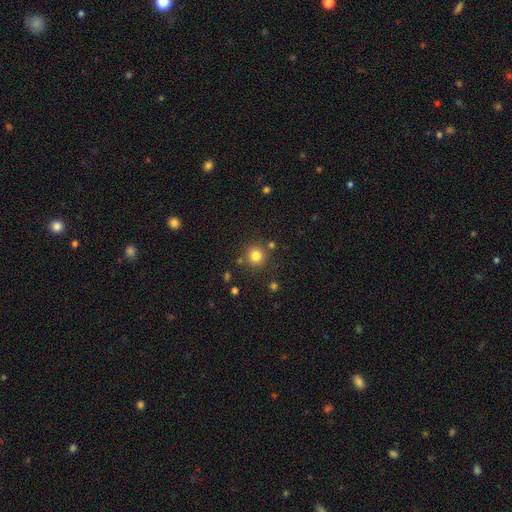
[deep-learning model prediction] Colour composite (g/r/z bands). It shows a smooth galaxy with no disk features (80%) that is round (93%). Merging: none (83%).